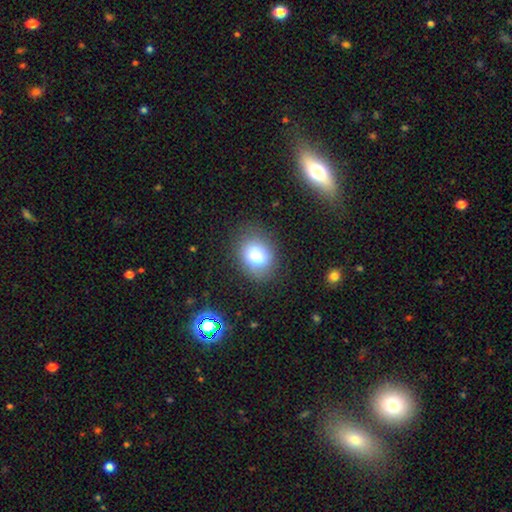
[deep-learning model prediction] Smooth or featured? smooth (77%)
How rounded? in between (50%)
Merging? none (81%)